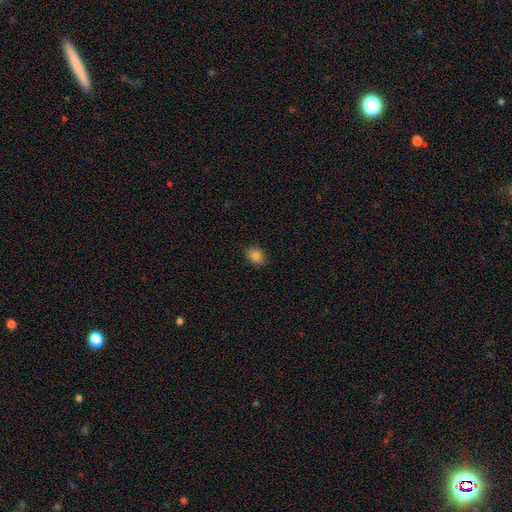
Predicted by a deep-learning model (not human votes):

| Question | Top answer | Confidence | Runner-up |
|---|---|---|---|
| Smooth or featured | smooth | 83% | star or artifact (11%) |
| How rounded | in between | 55% | round (44%) |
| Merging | none | 88% | minor disturbance (9%) |